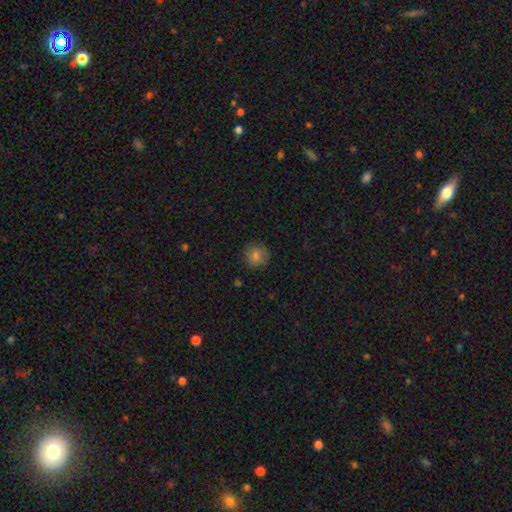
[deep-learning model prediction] Smooth or featured? Predicted: smooth (p=0.79). How rounded? Predicted: round (p=0.93). Merging? Predicted: none (p=0.86).